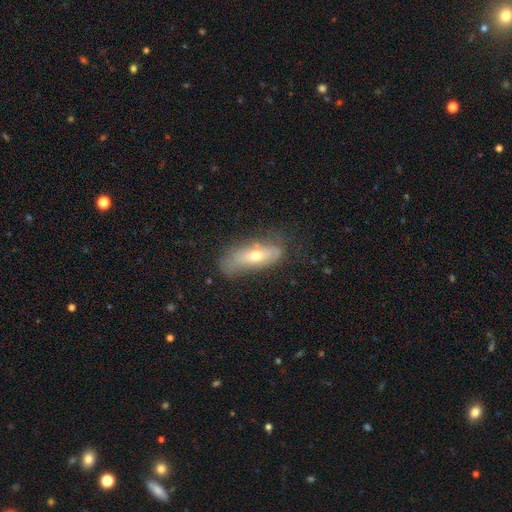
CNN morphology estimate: Smooth or featured? Predicted: smooth (p=0.53). How rounded? Predicted: in between (p=0.61). Merging? Predicted: none (p=0.55).